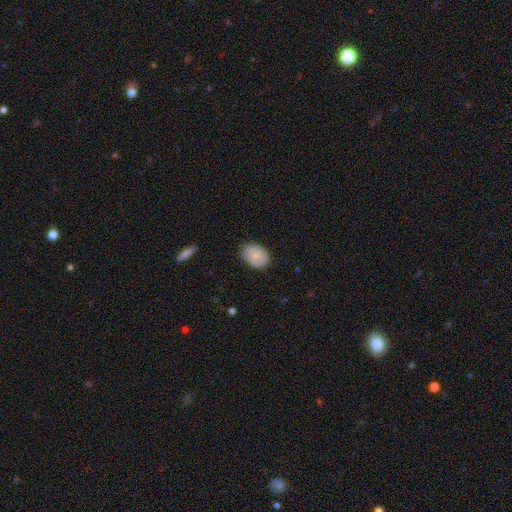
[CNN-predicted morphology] Overall: smooth (79%). How rounded: in between (74%). Merging: none (78%).